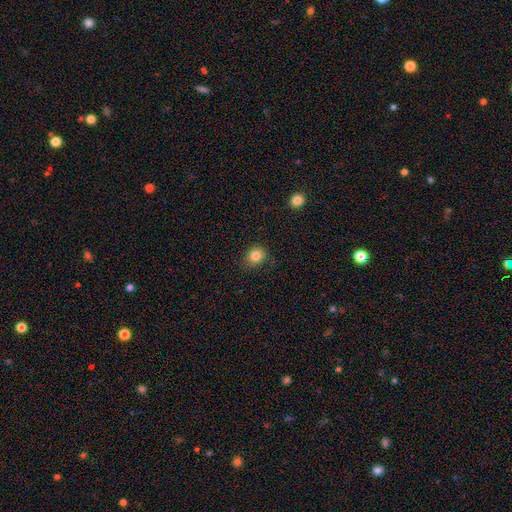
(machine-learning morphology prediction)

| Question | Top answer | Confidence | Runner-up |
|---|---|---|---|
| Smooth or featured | smooth | 84% | star or artifact (11%) |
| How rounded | round | 76% | in between (23%) |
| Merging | none | 80% | minor disturbance (15%) |